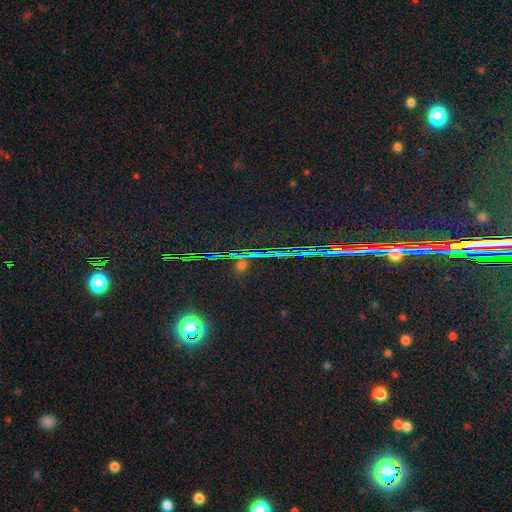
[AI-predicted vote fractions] This appears to be a star or artifact, not a galaxy (84%).